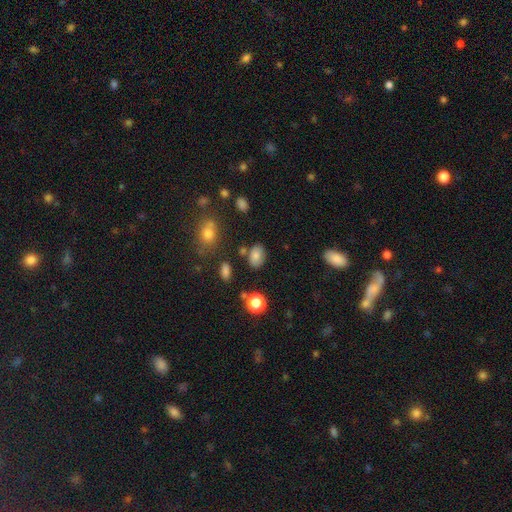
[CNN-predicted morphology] Smooth or featured?
  - smooth: 79% *
  - star or artifact: 12%
  - featured or disk: 9%
How rounded?
  - in between: 80% *
  - round: 19%
  - cigar-shaped: 1%
Merging?
  - none: 76% *
  - minor disturbance: 15%
  - merger: 6%
  - major disturbance: 4%